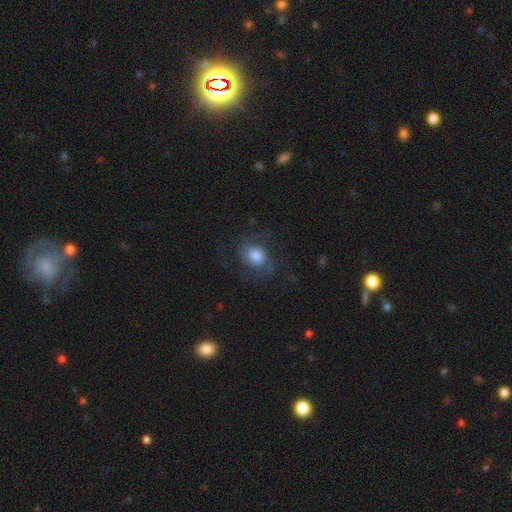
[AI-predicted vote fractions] A featured or disk galaxy (50%).

Vote fractions:
- Smooth or featured? featured or disk: 50% / smooth: 39% / star or artifact: 11%
- Merging? none: 67% / minor disturbance: 16% / major disturbance: 16% / merger: 1%